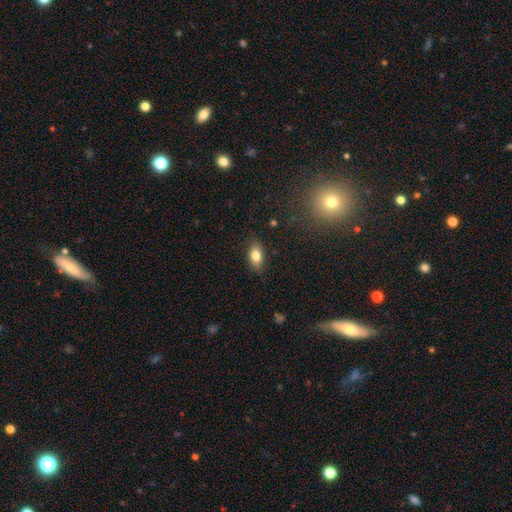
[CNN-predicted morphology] Overall: smooth (80%). How rounded: in between (87%). Merging: none (85%).